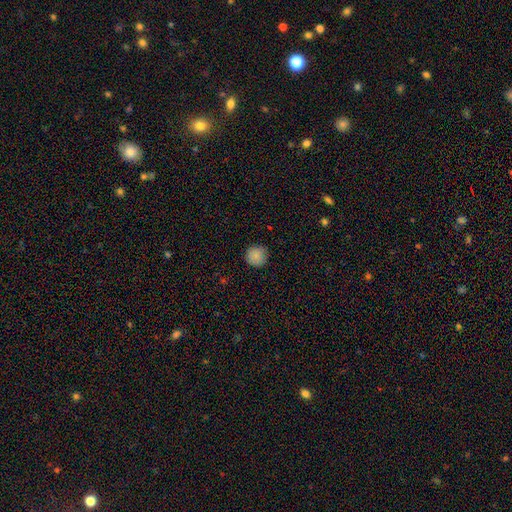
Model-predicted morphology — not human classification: type=smooth (87%); roundness=round (95%); merging=none (87%).